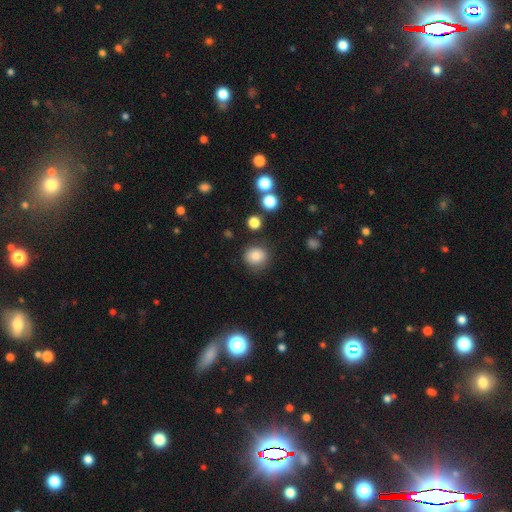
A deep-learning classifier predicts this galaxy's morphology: This is clearly a smooth galaxy (80%). How rounded: clearly round (86%). Merging: clearly none (84%).